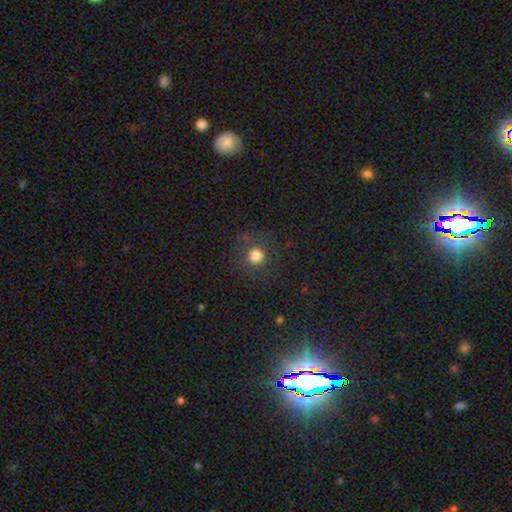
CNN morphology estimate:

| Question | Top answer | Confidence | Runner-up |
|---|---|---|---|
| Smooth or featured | smooth | 78% | star or artifact (14%) |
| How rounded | round | 94% | in between (5%) |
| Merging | none | 86% | minor disturbance (8%) |